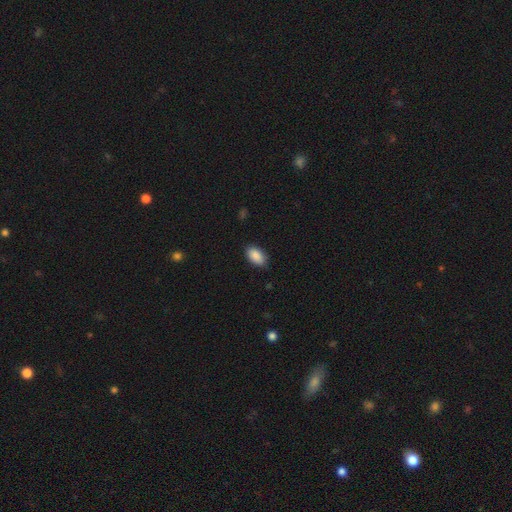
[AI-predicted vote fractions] Smooth or featured? smooth (90%)
How rounded? in between (94%)
Merging? none (86%)